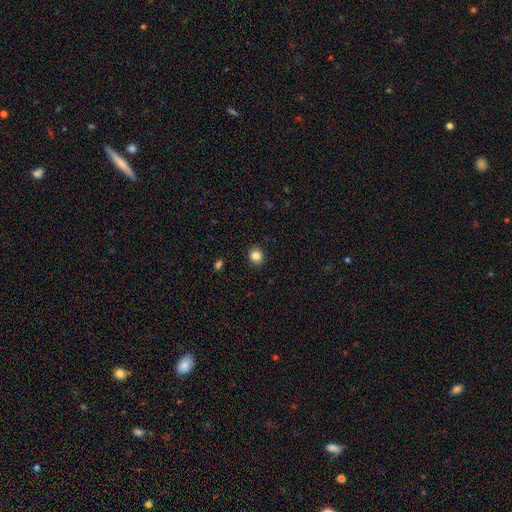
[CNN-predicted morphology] Smooth or featured? Predicted: smooth (p=0.84). How rounded? Predicted: round (p=0.73). Merging? Predicted: none (p=0.90).